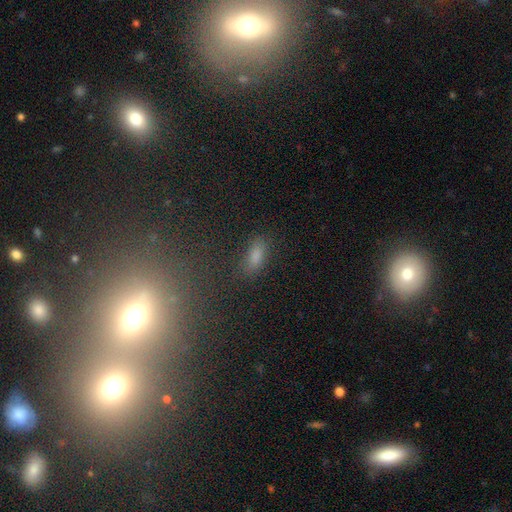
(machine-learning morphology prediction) This appears to be a smooth galaxy with no disk features (71%) that is in between round and cigar-shaped (79%). Merging: none (80%).